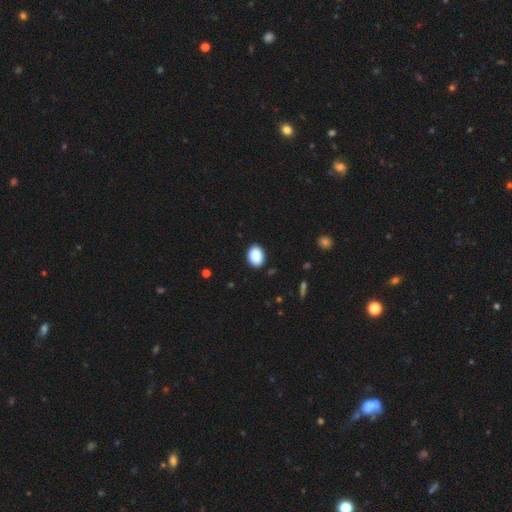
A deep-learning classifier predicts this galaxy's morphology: Smooth or featured? smooth (89%)
How rounded? in between (71%)
Merging? none (88%)